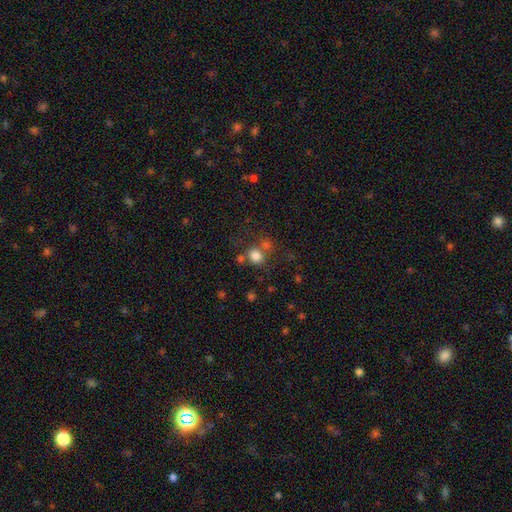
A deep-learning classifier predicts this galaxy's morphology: A smooth galaxy with no disk features (79%) that is round (73%).

Vote fractions:
- Smooth or featured? smooth: 79% / star or artifact: 13% / featured or disk: 7%
- How rounded? round: 73% / in between: 26% / cigar-shaped: 1%
- Merging? none: 59% / merger: 23% / minor disturbance: 12% / major disturbance: 6%